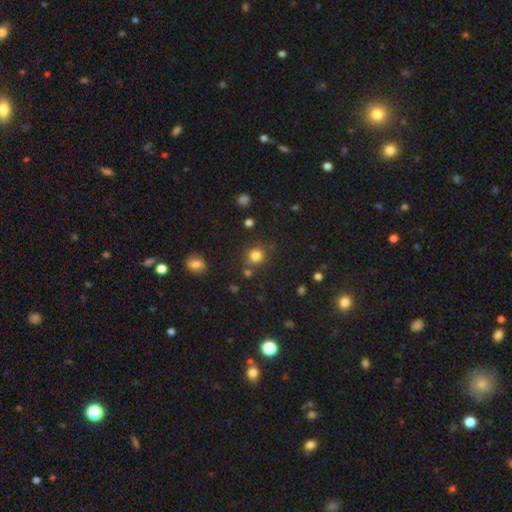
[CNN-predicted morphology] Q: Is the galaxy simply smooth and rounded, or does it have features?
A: smooth — 79%.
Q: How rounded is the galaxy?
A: round — 89%.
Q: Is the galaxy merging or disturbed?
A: none — 77%.